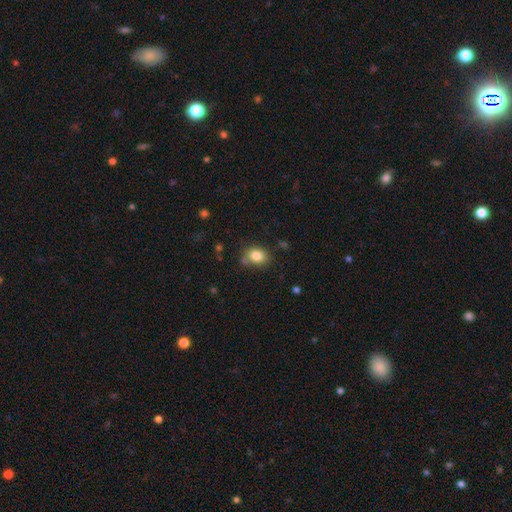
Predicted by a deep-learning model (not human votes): Q: Smooth or featured?
A: smooth (83%); runner-up: star or artifact (10%)
Q: How rounded?
A: in between (50%); runner-up: round (49%)
Q: Merging?
A: none (72%); runner-up: minor disturbance (16%)